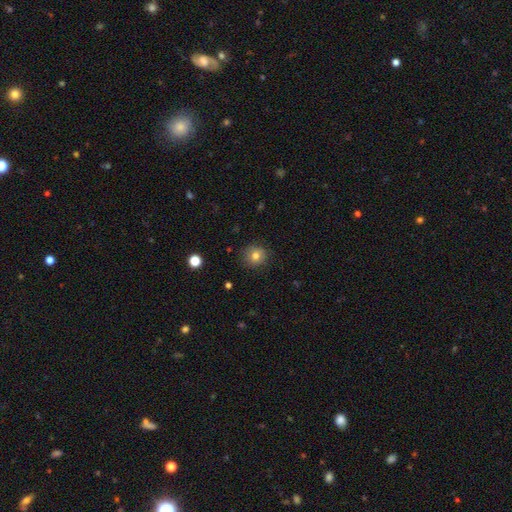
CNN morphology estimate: type=smooth (78%); roundness=round (88%); merging=none (86%).